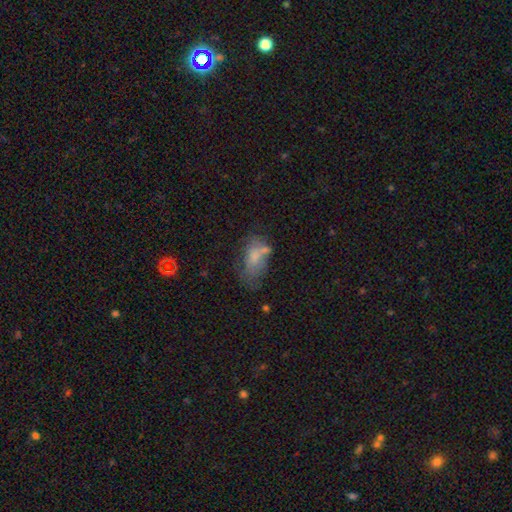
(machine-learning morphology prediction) This is likely a smooth galaxy (64%). How rounded: clearly in between (89%). Merging: marginally none (34%).